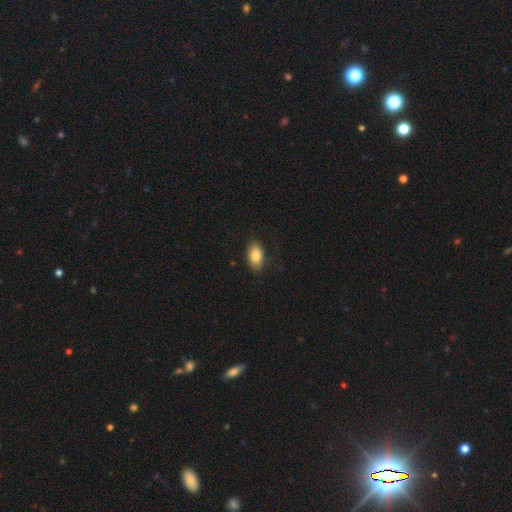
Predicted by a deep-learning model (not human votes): This appears to be a smooth galaxy with no disk features (84%) that is in between round and cigar-shaped (91%). Merging: none (84%).